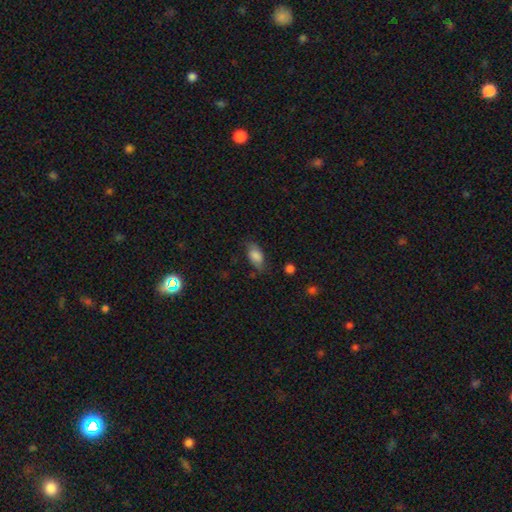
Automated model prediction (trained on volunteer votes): This appears to be a smooth galaxy with no disk features (81%) that is in between round and cigar-shaped (89%). Merging: none (68%).